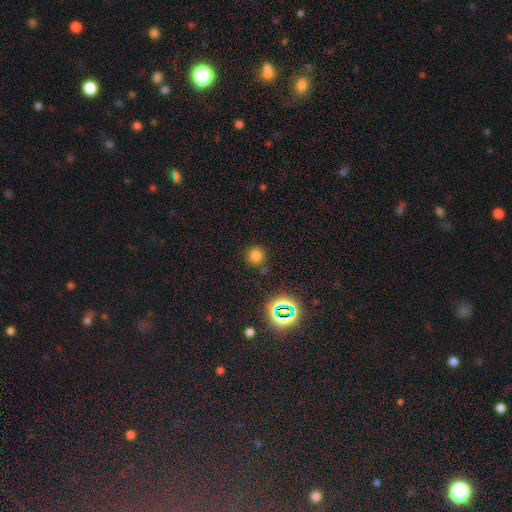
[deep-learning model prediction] Morphology: type=smooth (71%); roundness=round (92%); merging=none (83%).